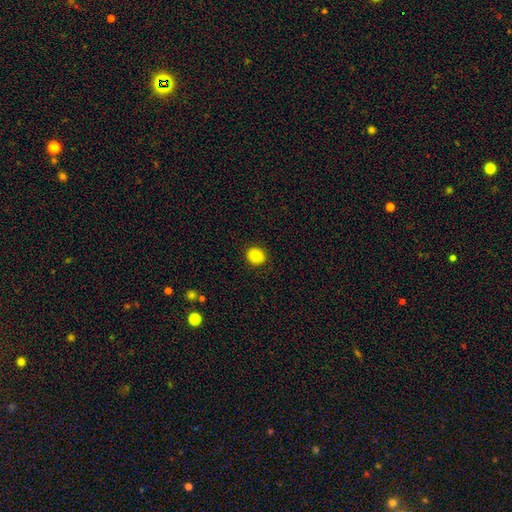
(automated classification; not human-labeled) Q: Smooth or featured?
A: smooth (81%); runner-up: star or artifact (10%)
Q: How rounded?
A: round (84%); runner-up: in between (15%)
Q: Merging?
A: none (91%); runner-up: minor disturbance (6%)